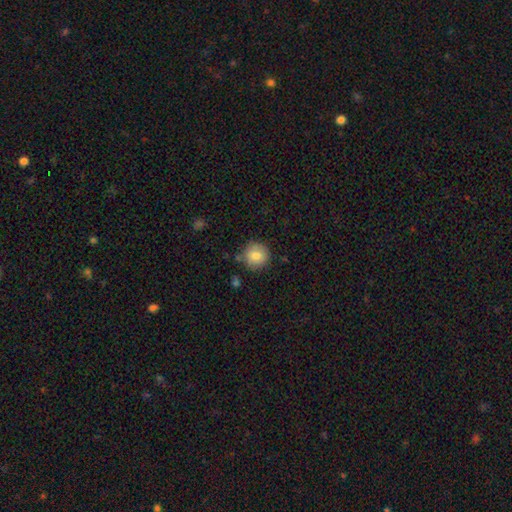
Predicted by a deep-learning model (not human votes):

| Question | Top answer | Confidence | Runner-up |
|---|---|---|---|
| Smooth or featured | smooth | 83% | featured or disk (9%) |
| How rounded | round | 92% | in between (7%) |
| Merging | none | 84% | minor disturbance (11%) |